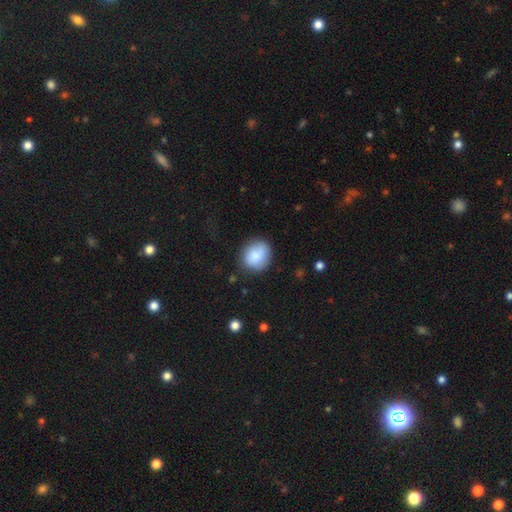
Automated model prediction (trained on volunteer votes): Q: Smooth or featured?
A: smooth (79%); runner-up: featured or disk (14%)
Q: How rounded?
A: round (84%); runner-up: in between (15%)
Q: Merging?
A: none (80%); runner-up: minor disturbance (14%)